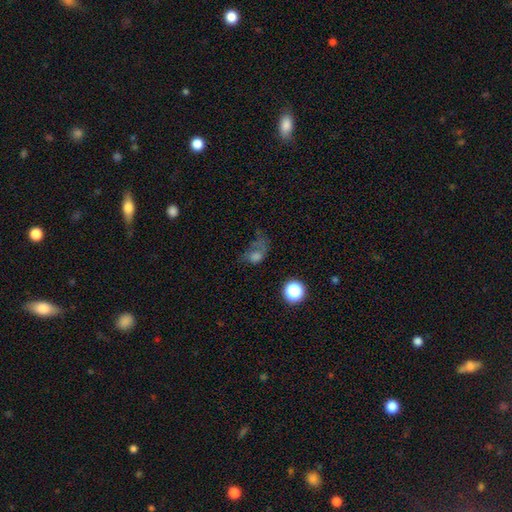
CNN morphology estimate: A smooth galaxy with no disk features (52%) that is in between round and cigar-shaped (62%).

Vote fractions:
- Smooth or featured? smooth: 52% / featured or disk: 28% / star or artifact: 20%
- How rounded? in between: 62% / round: 36% / cigar-shaped: 2%
- Merging? major disturbance: 53% / none: 25% / minor disturbance: 17% / merger: 6%